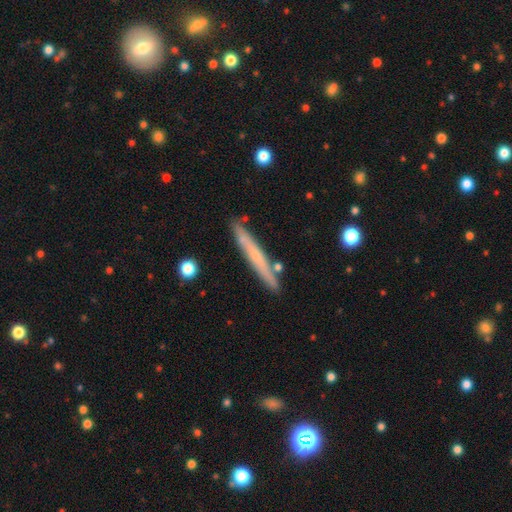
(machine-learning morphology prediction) smooth-or-featured: featured or disk: 48% | smooth: 46% | star or artifact: 6%
  merging: none: 85% | minor disturbance: 11% | merger: 3% | major disturbance: 2%